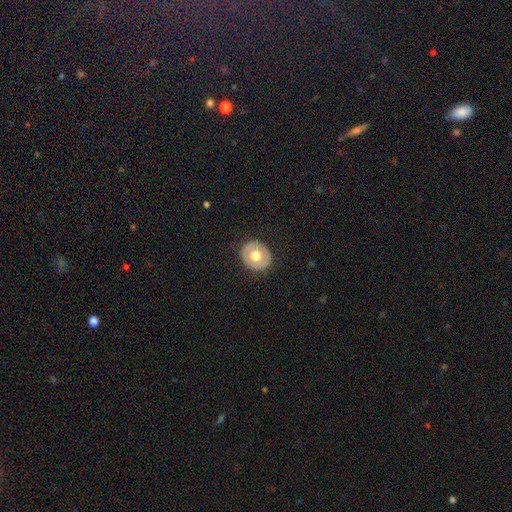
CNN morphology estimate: type=smooth (54%); roundness=round (82%); merging=none (88%).